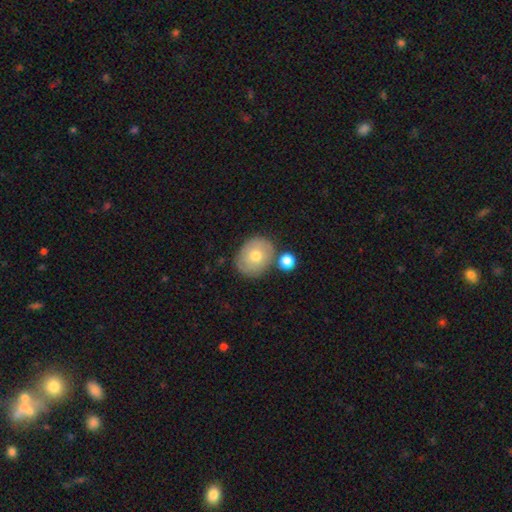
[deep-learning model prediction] smooth_or_featured: smooth (p=0.62) [alt: featured or disk p=0.30]
how_rounded: round (p=0.54) [alt: in between p=0.45]
merging: none (p=0.71) [alt: minor disturbance p=0.15]